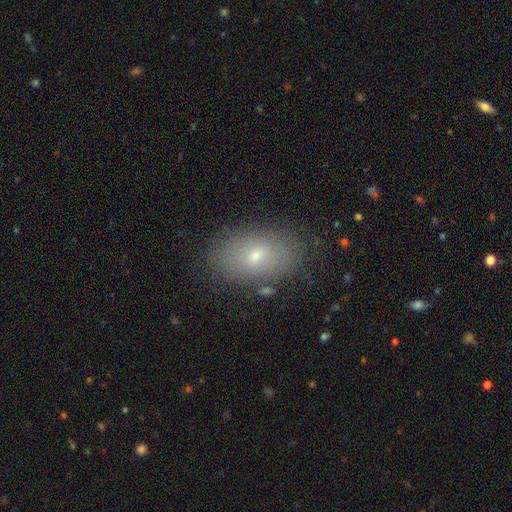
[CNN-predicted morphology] smooth-or-featured: smooth: 69% | featured or disk: 20% | star or artifact: 11%
  how-rounded: in between: 90% | round: 8% | cigar-shaped: 2%
  merging: none: 83% | minor disturbance: 11% | major disturbance: 3% | merger: 2%